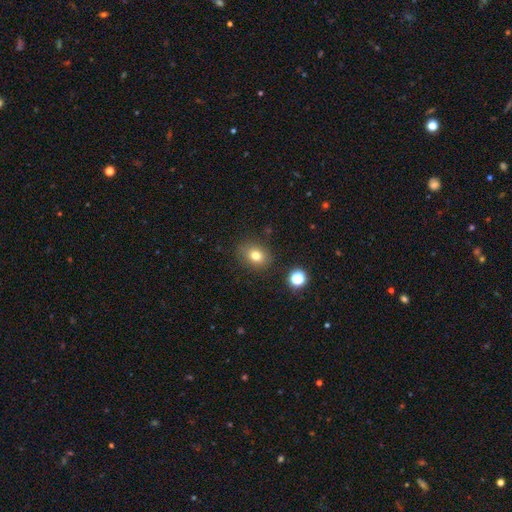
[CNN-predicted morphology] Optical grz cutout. It shows a smooth galaxy with no disk features (77%) that is in between round and cigar-shaped (50%). Merging: none (83%).